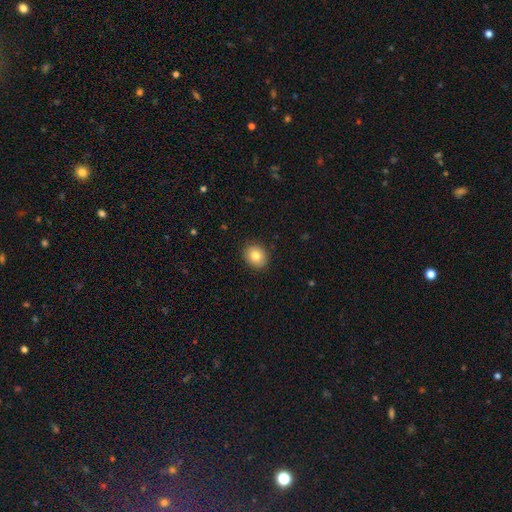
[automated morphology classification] This is clearly a smooth galaxy (82%). How rounded: likely round (62%). Merging: clearly none (89%).